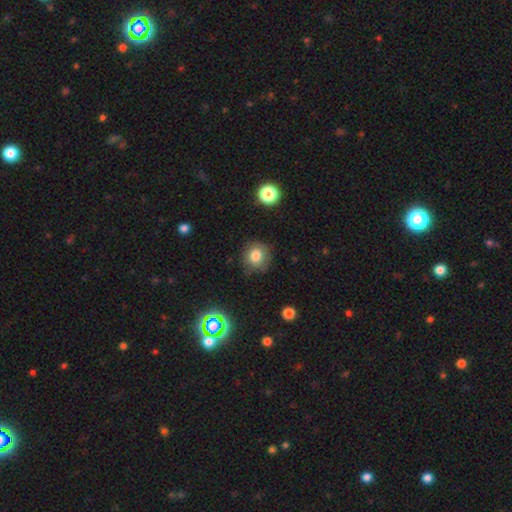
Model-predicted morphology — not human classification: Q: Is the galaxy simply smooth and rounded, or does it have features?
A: smooth — 81%.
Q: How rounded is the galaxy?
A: round — 88%.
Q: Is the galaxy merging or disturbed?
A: none — 79%.